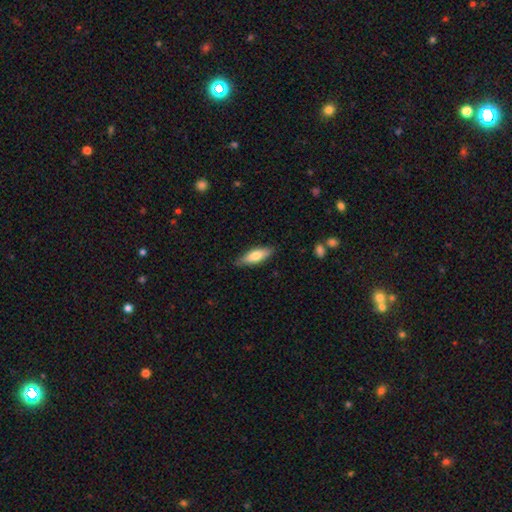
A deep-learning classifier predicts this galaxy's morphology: Smooth or featured? smooth (68%)
How rounded? in between (54%)
Merging? none (83%)